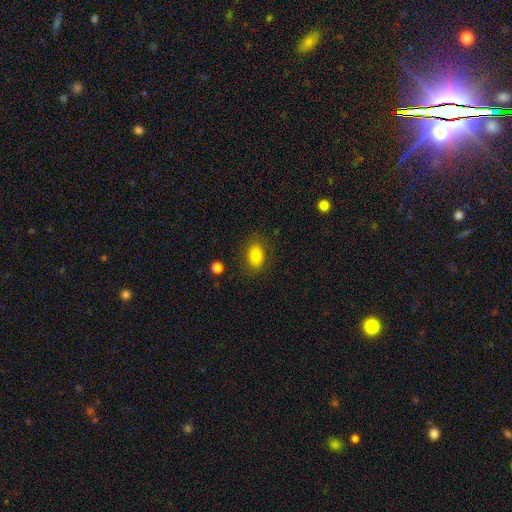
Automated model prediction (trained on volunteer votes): Smooth or featured? smooth (80%)
How rounded? in between (80%)
Merging? none (82%)